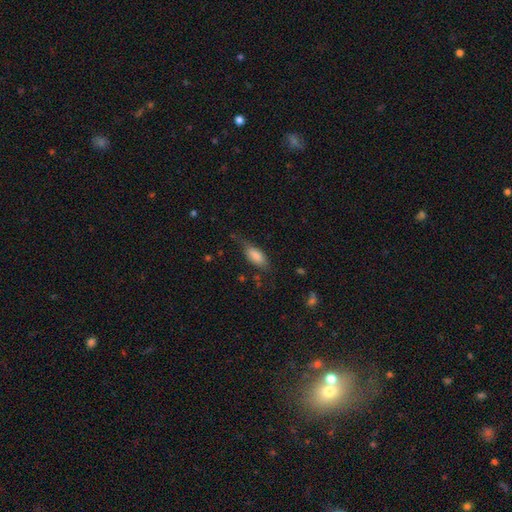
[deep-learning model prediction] A smooth galaxy with no disk features (78%) that is in between round and cigar-shaped (79%). Merging: none (57%).